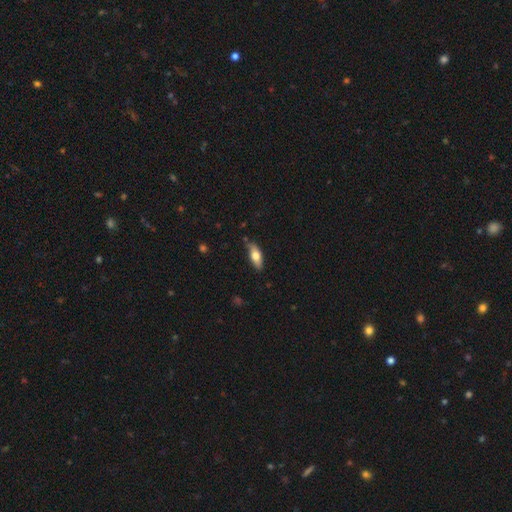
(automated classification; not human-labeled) Smooth or featured? smooth (65%)
How rounded? in between (71%)
Merging? none (78%)